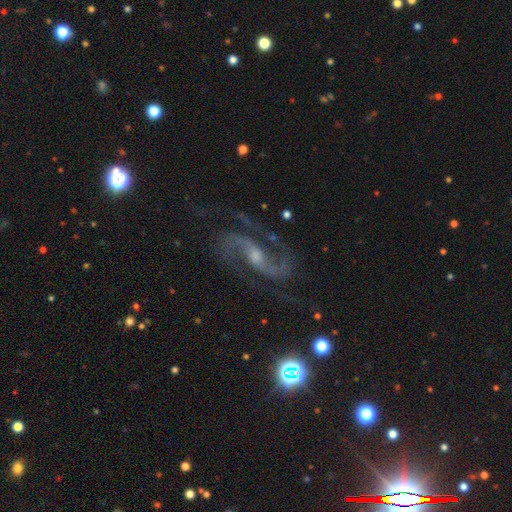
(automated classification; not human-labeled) Q: Smooth or featured?
A: featured or disk (90%); runner-up: star or artifact (7%)
Q: Edge-on disk?
A: no (97%); runner-up: yes (3%)
Q: Bar?
A: weak (48%); runner-up: no (33%)
Q: Spiral arms?
A: yes (98%); runner-up: no (2%)
Q: Spiral winding?
A: loose (47%); runner-up: medium (44%)
Q: Spiral arm count?
A: 2 (90%); runner-up: 3 (3%)
Q: Bulge size?
A: small (43%); runner-up: moderate (41%)
Q: Merging?
A: none (71%); runner-up: minor disturbance (15%)